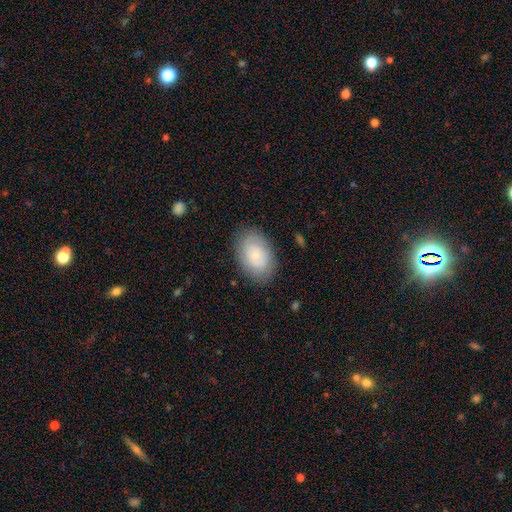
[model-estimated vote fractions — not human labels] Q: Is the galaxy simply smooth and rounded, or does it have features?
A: smooth — 57%.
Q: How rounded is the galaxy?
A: in between — 84%.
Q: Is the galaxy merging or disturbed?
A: none — 81%.